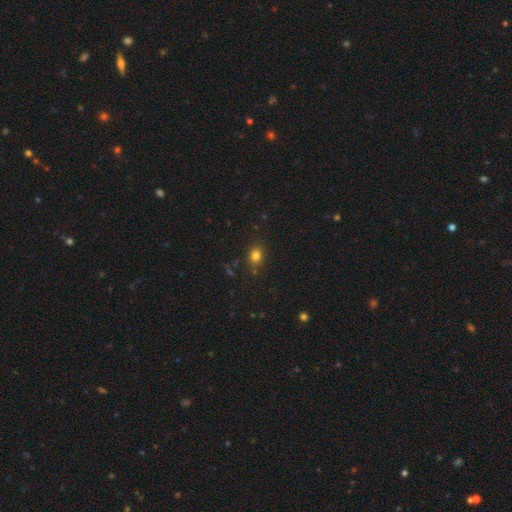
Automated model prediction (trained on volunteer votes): smooth-or-featured: smooth: 79% | star or artifact: 15% | featured or disk: 6%
  how-rounded: round: 56% | in between: 43% | cigar-shaped: 1%
  merging: none: 83% | minor disturbance: 11% | major disturbance: 3% | merger: 3%